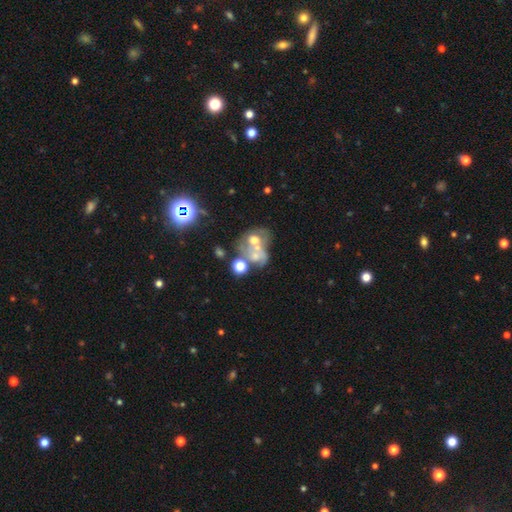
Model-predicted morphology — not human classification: type=featured or disk (50%); merging=merger (54%).